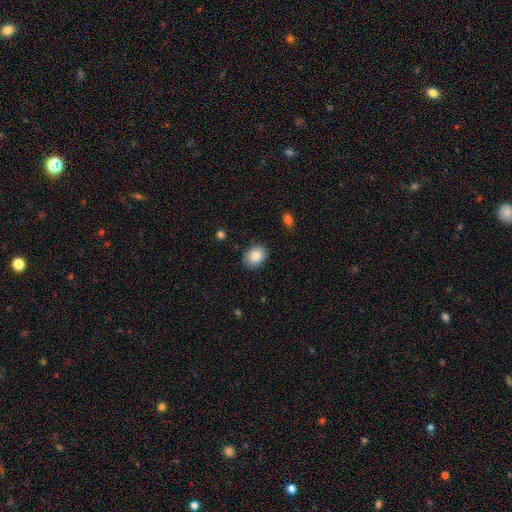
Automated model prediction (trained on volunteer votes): The model was most divided on "how rounded": in between: 61%, round: 38%, cigar-shaped: 1%. More confident: smooth or featured — smooth (86%); merging — none (85%).